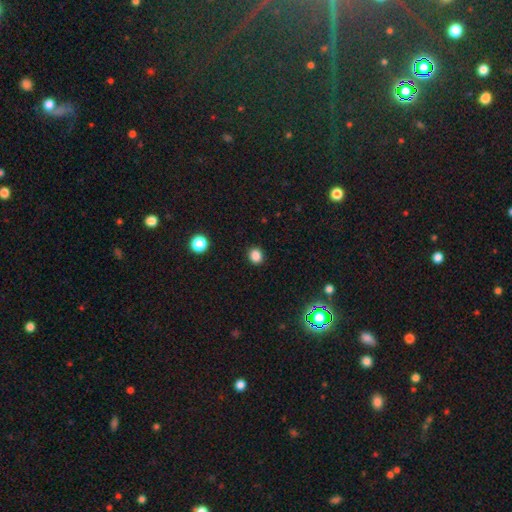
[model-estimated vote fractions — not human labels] Overall: smooth (85%). How rounded: round (70%). Merging: none (91%).